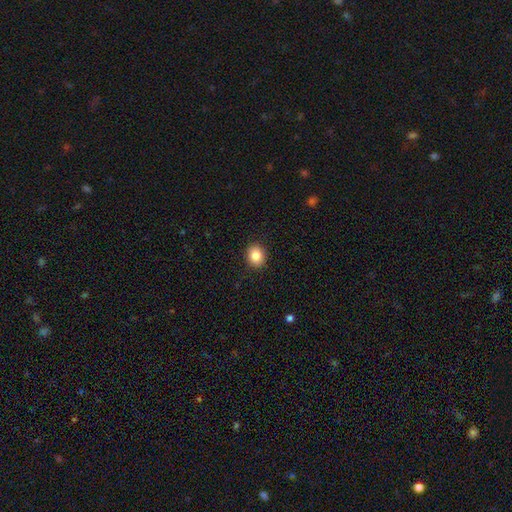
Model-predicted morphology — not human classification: type=smooth (85%); roundness=round (64%); merging=none (90%).